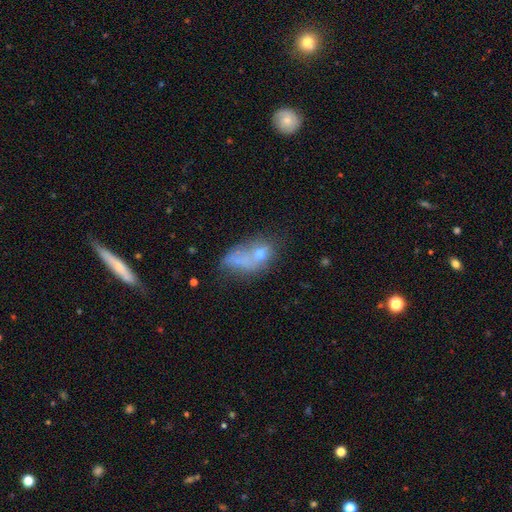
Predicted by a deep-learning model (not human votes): A smooth galaxy with no disk features (55%) that is in between round and cigar-shaped (82%). Merging: merger (30%).